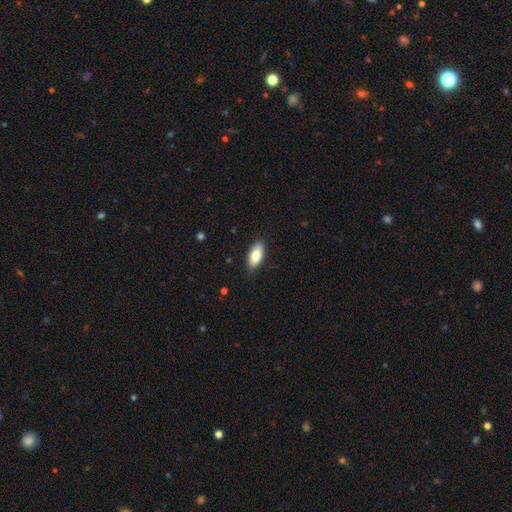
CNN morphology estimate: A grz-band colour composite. It shows a smooth galaxy with no disk features (83%) that is in between round and cigar-shaped (87%). Merging: none (88%).